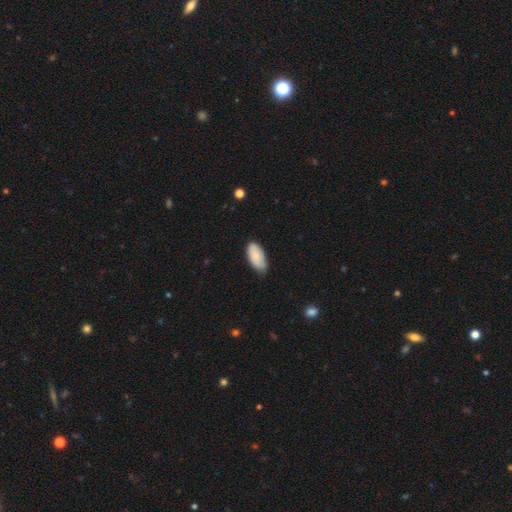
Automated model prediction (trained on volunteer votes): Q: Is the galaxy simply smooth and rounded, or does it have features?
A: smooth — 84%.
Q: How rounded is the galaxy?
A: in between — 93%.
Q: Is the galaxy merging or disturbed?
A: none — 77%.